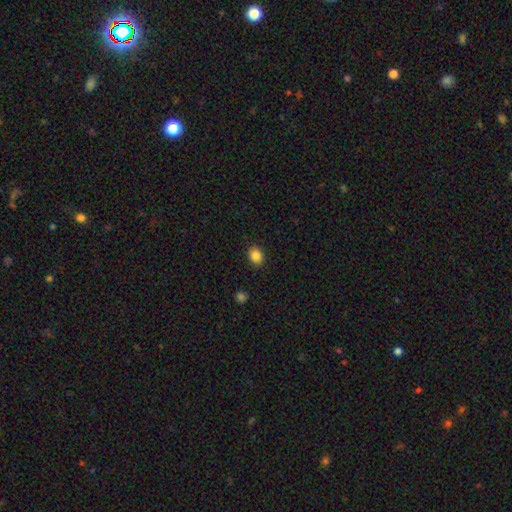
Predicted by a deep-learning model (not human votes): This appears to be a smooth galaxy with no disk features (86%) that is in between round and cigar-shaped (50%). Merging: none (89%).